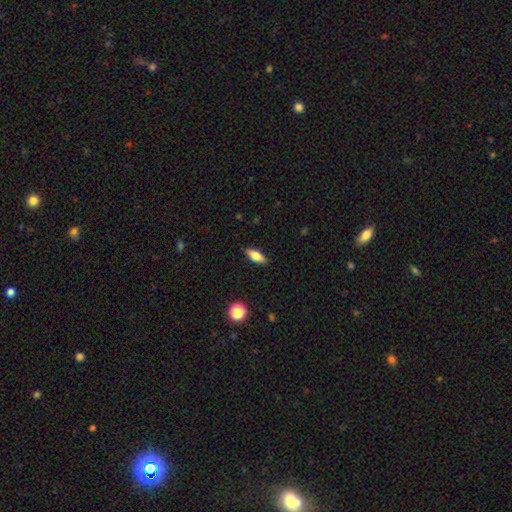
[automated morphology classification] Q: Smooth or featured?
A: smooth (73%); runner-up: featured or disk (19%)
Q: How rounded?
A: in between (71%); runner-up: cigar-shaped (26%)
Q: Merging?
A: none (88%); runner-up: minor disturbance (9%)